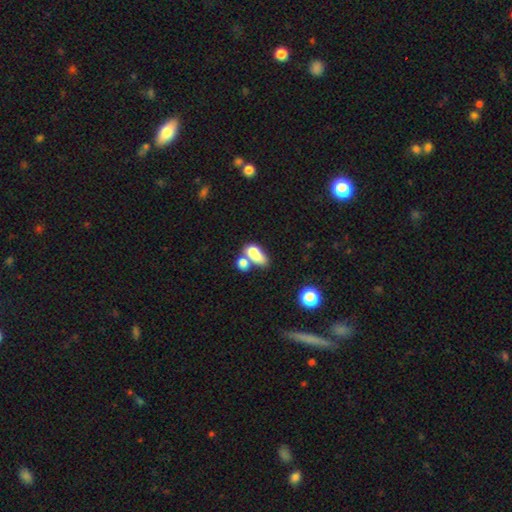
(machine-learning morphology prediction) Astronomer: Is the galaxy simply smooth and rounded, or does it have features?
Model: smooth — 71%.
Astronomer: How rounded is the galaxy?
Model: in between — 79%.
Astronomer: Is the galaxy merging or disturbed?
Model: merger — 57%.